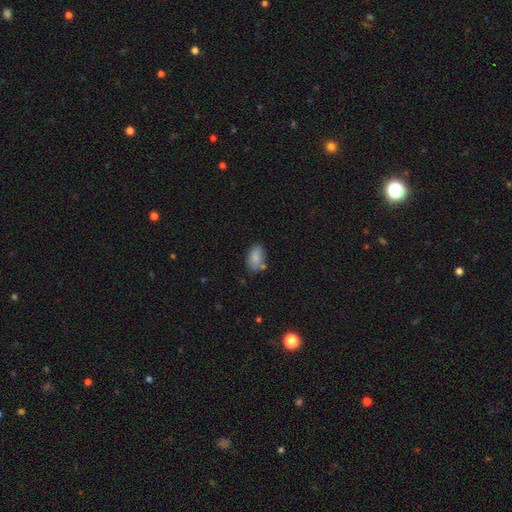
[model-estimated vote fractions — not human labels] Morphology: type=smooth (80%); roundness=in between (89%); merging=none (71%).